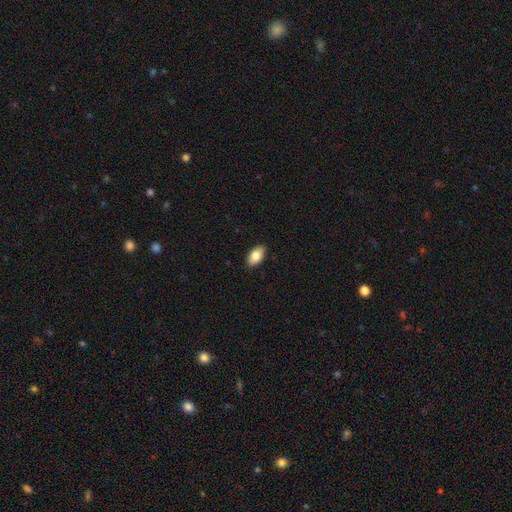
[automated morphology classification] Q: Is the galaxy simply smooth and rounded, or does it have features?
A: smooth — 84%.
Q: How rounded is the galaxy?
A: in between — 94%.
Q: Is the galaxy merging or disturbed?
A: none — 89%.